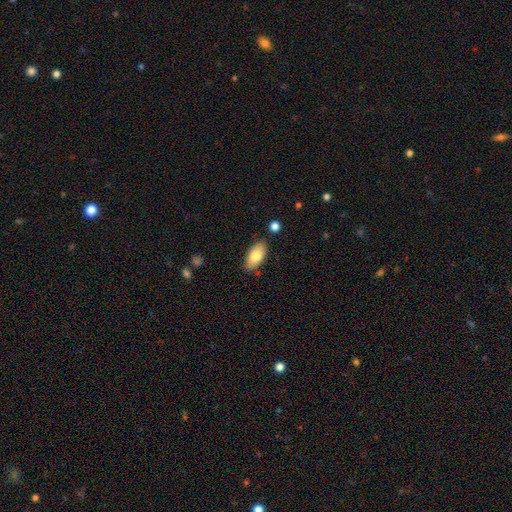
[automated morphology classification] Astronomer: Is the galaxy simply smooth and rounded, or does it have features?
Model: smooth — 80%.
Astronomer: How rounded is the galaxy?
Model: in between — 92%.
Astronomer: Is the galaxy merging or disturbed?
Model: none — 82%.